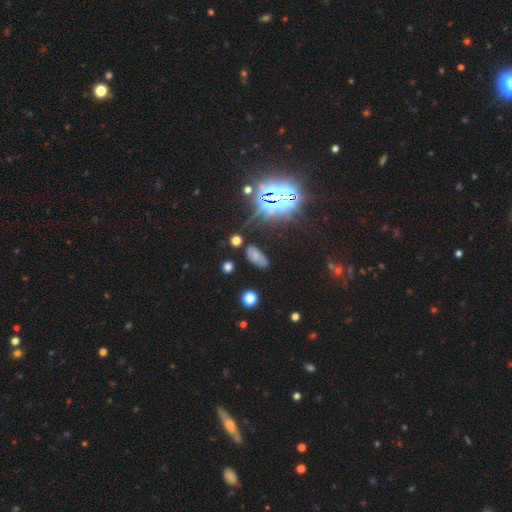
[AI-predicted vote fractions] Smooth or featured: smooth — 51% (star or artifact — 30%)
How rounded: in between — 88% (cigar-shaped — 6%)
Merging: none — 66% (minor disturbance — 21%)